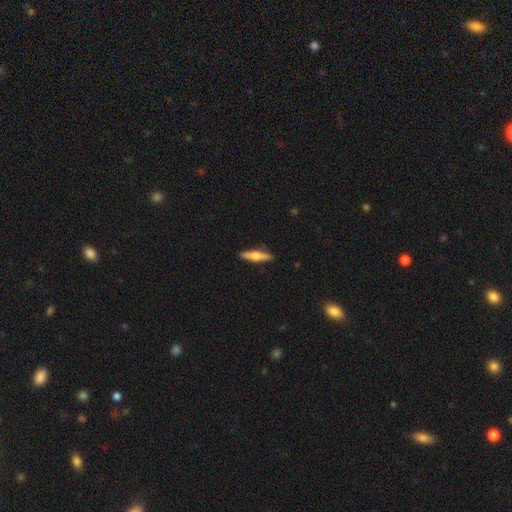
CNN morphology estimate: smooth-or-featured: featured or disk: 49% | smooth: 45% | star or artifact: 6%
  merging: none: 90% | minor disturbance: 7% | major disturbance: 1% | merger: 1%